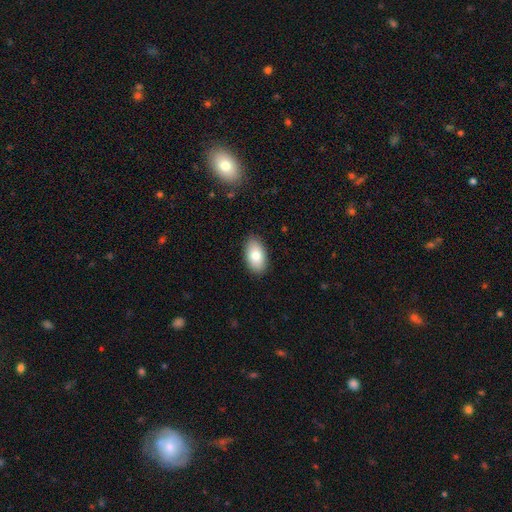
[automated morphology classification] The model was most divided on "smooth or featured": smooth: 81%, featured or disk: 12%, star or artifact: 7%. More confident: how rounded — in between (94%); merging — none (88%).